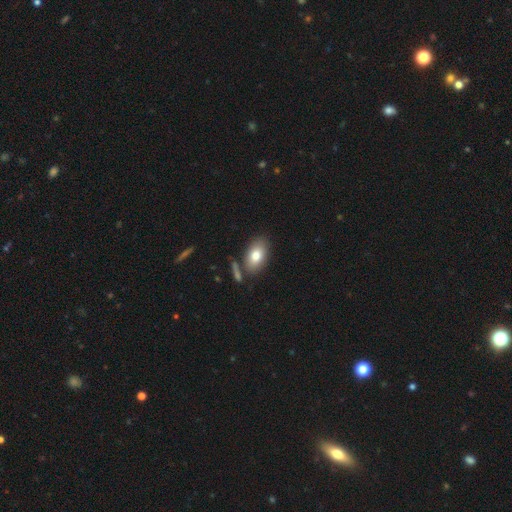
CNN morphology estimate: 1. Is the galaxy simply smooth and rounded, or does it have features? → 78% smooth, 15% featured or disk, 7% star or artifact.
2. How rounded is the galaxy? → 90% in between, 7% round, 2% cigar-shaped.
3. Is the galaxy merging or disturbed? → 73% none, 13% minor disturbance, 10% merger, 4% major disturbance.